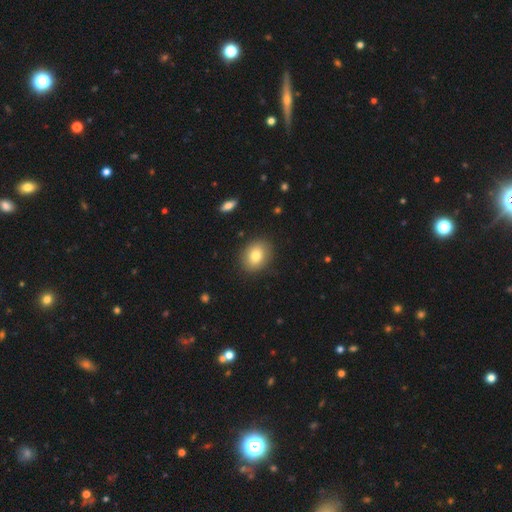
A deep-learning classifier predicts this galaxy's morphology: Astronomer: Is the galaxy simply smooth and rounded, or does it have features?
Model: smooth — 80%.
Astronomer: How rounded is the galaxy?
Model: in between — 52% (runner-up: round, 47%).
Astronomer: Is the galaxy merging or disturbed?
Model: none — 87%.